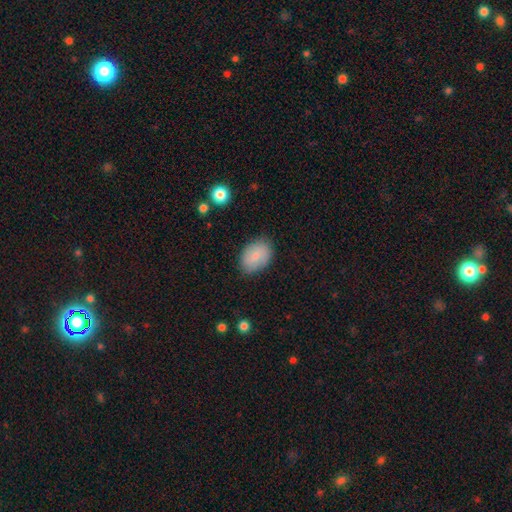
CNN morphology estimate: A smooth galaxy with no disk features (77%) that is in between round and cigar-shaped (81%).

Vote fractions:
- Smooth or featured? smooth: 77% / featured or disk: 16% / star or artifact: 7%
- How rounded? in between: 81% / round: 18% / cigar-shaped: 1%
- Merging? none: 80% / minor disturbance: 15% / major disturbance: 3% / merger: 1%